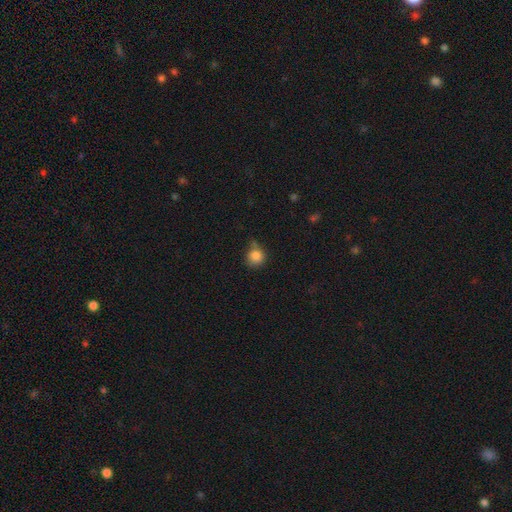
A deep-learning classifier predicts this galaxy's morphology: type=smooth (85%); roundness=round (90%); merging=none (63%).